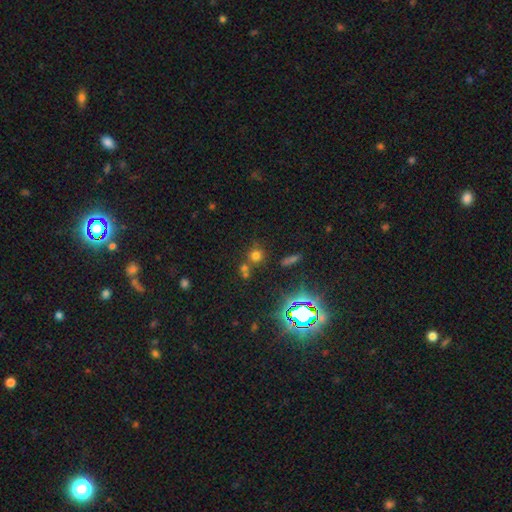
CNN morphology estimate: This is possibly a smooth galaxy (59%). How rounded: clearly round (88%). Merging: likely none (62%).